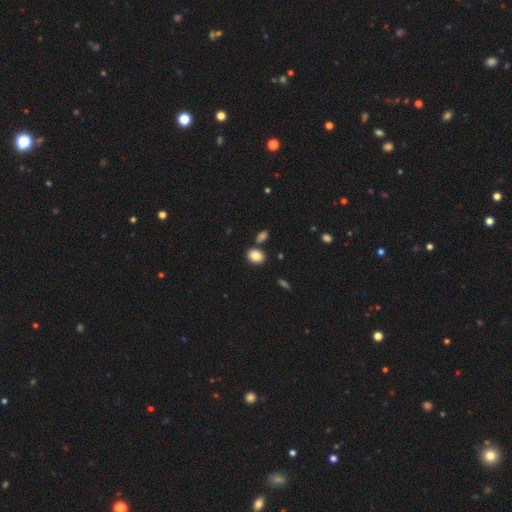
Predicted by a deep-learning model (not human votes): A smooth galaxy with no disk features (84%) that is in between round and cigar-shaped (62%).

Vote fractions:
- Smooth or featured? smooth: 84% / star or artifact: 9% / featured or disk: 7%
- How rounded? in between: 62% / round: 36% / cigar-shaped: 1%
- Merging? none: 78% / minor disturbance: 10% / merger: 10% / major disturbance: 3%